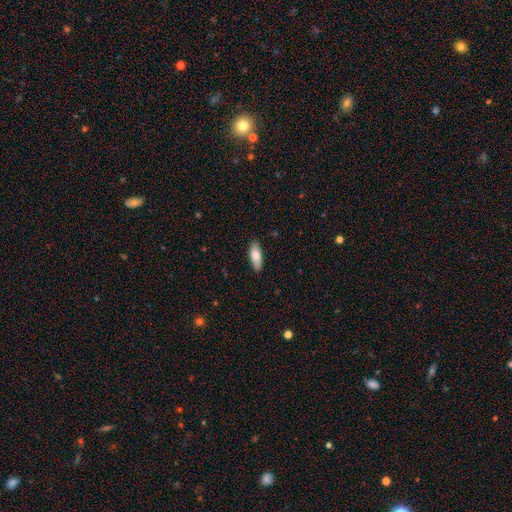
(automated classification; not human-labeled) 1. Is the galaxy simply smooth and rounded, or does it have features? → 82% smooth, 12% featured or disk, 6% star or artifact.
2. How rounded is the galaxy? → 76% in between, 22% cigar-shaped, 2% round.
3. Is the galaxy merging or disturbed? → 87% none, 11% minor disturbance, 2% major disturbance, 1% merger.